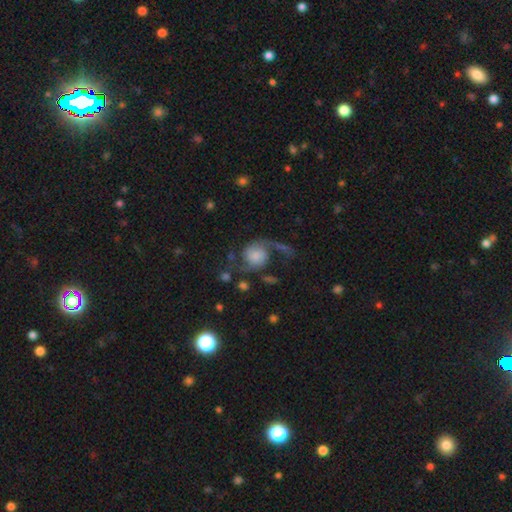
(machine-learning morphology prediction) featured or disk 75%, smooth 18%, star or artifact 8%. Down the decision tree: edge-on disk — no (98%); bar — no (70%); spiral arms — yes (94%); spiral arm count — 2 (89%); spiral winding — loose (66%); bulge size — small (28%); merging — none (55%).